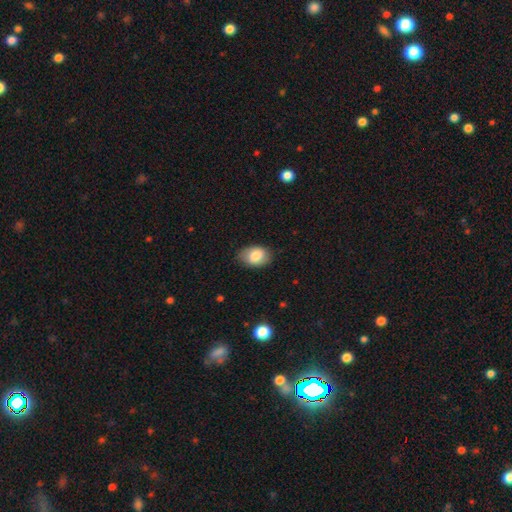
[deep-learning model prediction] This appears to be a smooth galaxy with no disk features (80%) that is in between round and cigar-shaped (83%). Merging: none (81%).